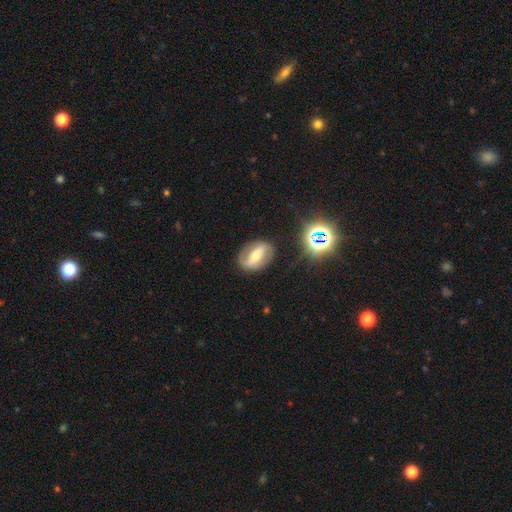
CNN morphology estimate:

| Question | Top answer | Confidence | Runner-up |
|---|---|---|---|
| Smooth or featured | featured or disk | 60% | smooth (30%) |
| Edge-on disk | no | 90% | yes (10%) |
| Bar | strong | 62% | weak (23%) |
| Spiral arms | yes | 60% | no (40%) |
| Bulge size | moderate | 58% | small (33%) |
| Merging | none | 80% | minor disturbance (13%) |